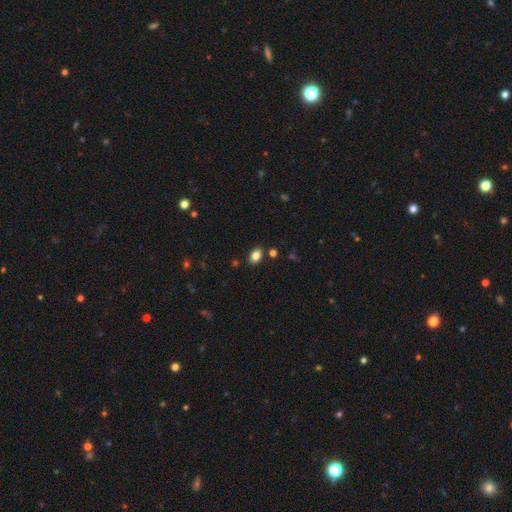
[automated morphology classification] The model was most divided on "how rounded": in between: 83%, round: 16%, cigar-shaped: 1%. More confident: merging — none (85%); smooth or featured — smooth (84%).